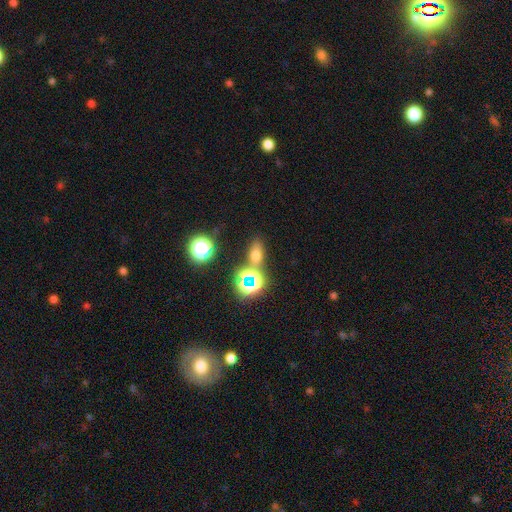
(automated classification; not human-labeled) Smooth or featured? smooth (57%)
How rounded? in between (68%)
Merging? none (70%)